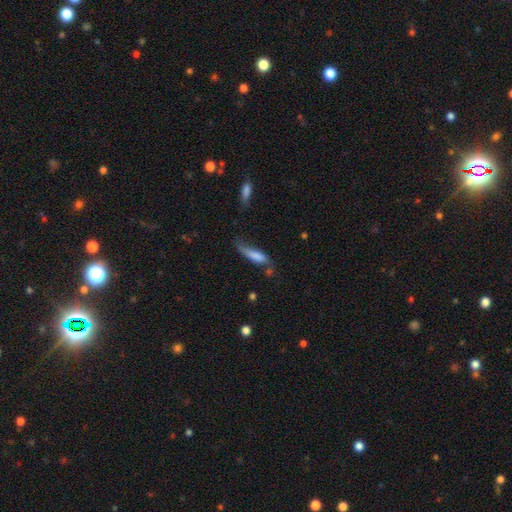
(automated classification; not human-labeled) This is likely a smooth galaxy (72%). How rounded: likely cigar-shaped (62%). Merging: marginally minor disturbance (35%, tied with none).